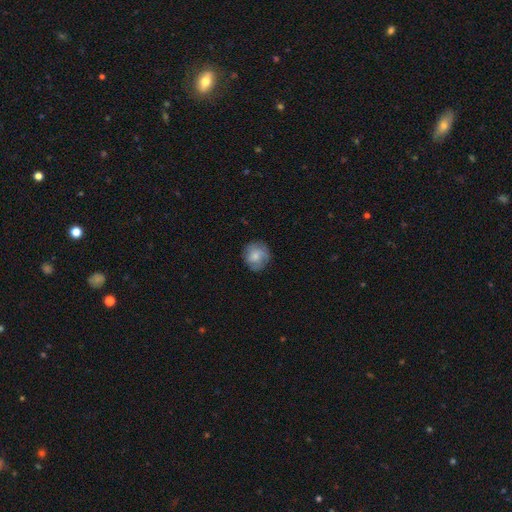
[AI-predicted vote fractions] Smooth or featured?
  - smooth: 61% *
  - featured or disk: 32%
  - star or artifact: 8%
How rounded?
  - round: 85% *
  - in between: 13%
  - cigar-shaped: 1%
Merging?
  - none: 76% *
  - minor disturbance: 17%
  - major disturbance: 5%
  - merger: 1%